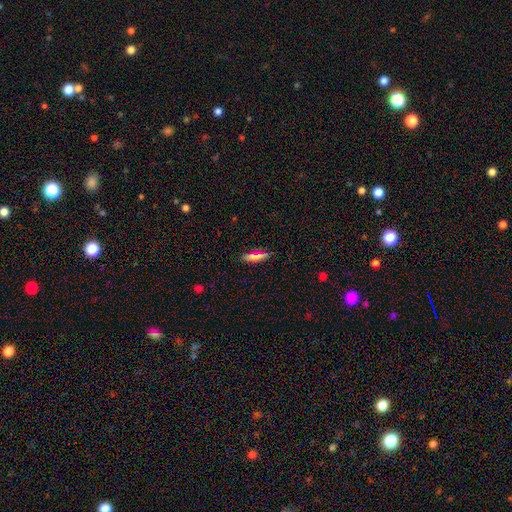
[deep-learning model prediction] A smooth galaxy with no disk features (73%) that is cigar-shaped (74%).

Vote fractions:
- Smooth or featured? smooth: 73% / featured or disk: 16% / star or artifact: 11%
- How rounded? cigar-shaped: 74% / in between: 23% / round: 3%
- Merging? none: 86% / minor disturbance: 10% / major disturbance: 2% / merger: 1%